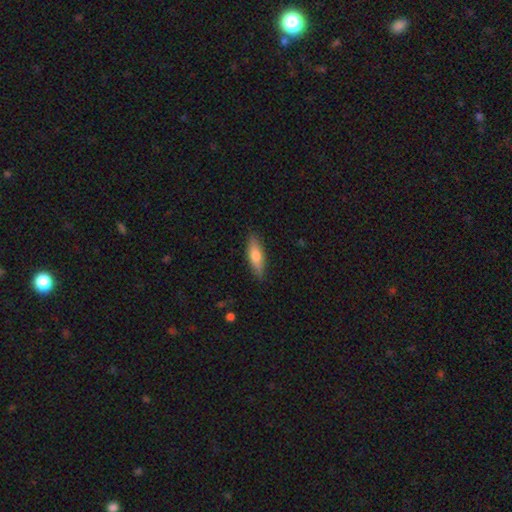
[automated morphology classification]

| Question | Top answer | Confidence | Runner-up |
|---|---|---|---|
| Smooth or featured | smooth | 67% | featured or disk (27%) |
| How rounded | cigar-shaped | 56% | in between (41%) |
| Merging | none | 87% | minor disturbance (10%) |